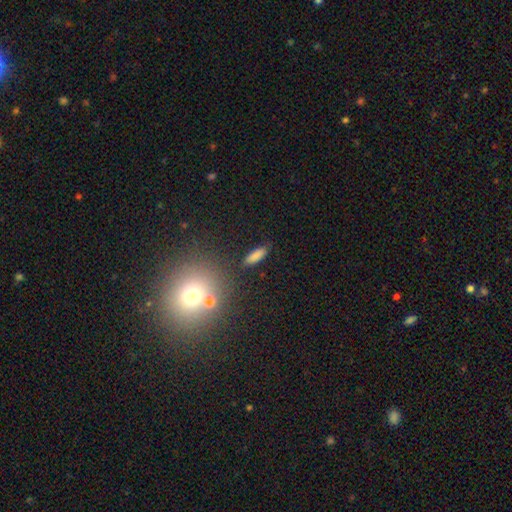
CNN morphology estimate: The model was most divided on "how rounded": in between: 50%, cigar-shaped: 47%, round: 3%. More confident: merging — none (86%); smooth or featured — smooth (84%).